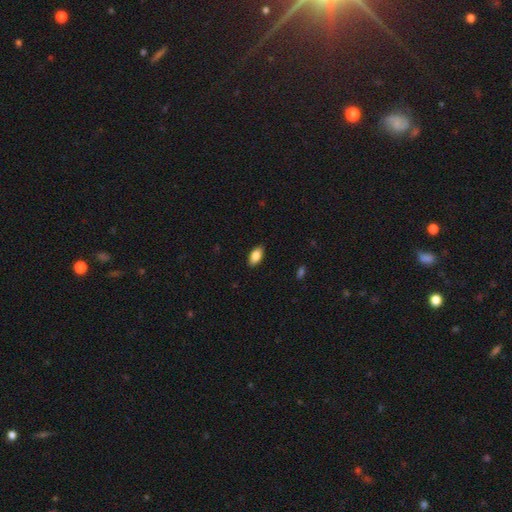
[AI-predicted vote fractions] A smooth galaxy with no disk features (86%) that is in between round and cigar-shaped (92%). Merging: none (88%).